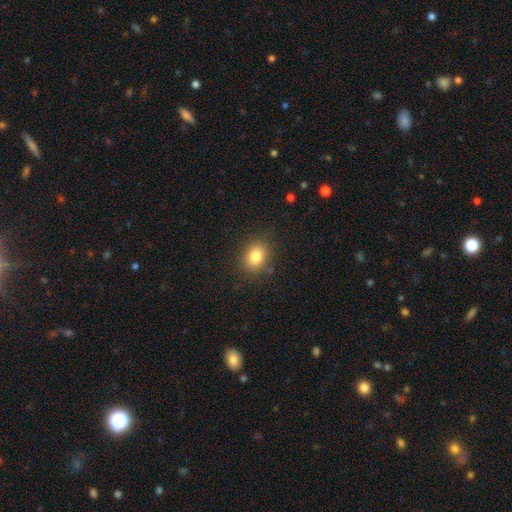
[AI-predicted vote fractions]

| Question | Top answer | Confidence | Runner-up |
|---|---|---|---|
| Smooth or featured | smooth | 82% | star or artifact (11%) |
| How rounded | in between | 57% | round (42%) |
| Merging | none | 85% | minor disturbance (11%) |